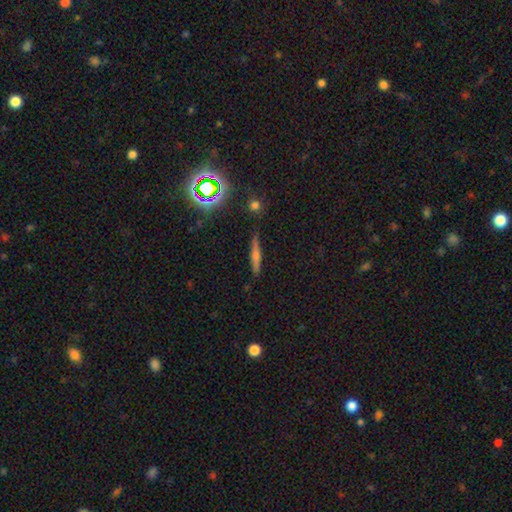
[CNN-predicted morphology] type=smooth (45%); merging=none (86%).